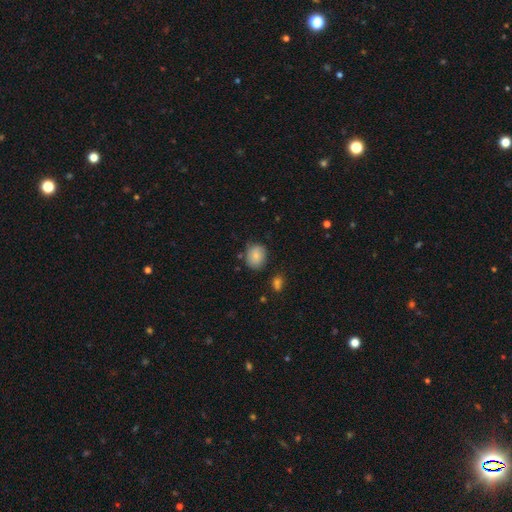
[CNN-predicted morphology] The model was most divided on "how rounded": round: 53%, in between: 46%, cigar-shaped: 1%. More confident: smooth or featured — smooth (81%); merging — none (71%).